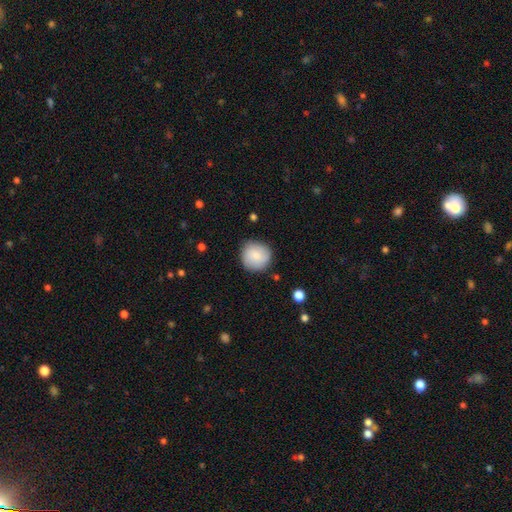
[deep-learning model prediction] smooth_or_featured: smooth (p=0.83) [alt: featured or disk p=0.11]
how_rounded: round (p=0.94) [alt: in between p=0.05]
merging: none (p=0.85) [alt: minor disturbance p=0.11]